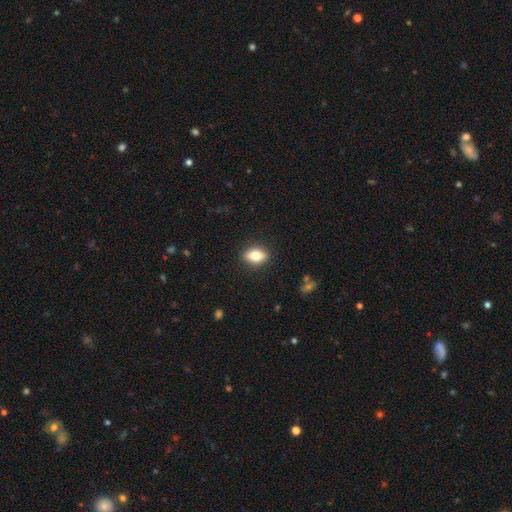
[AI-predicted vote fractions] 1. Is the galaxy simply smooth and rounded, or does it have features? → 78% smooth, 13% featured or disk, 8% star or artifact.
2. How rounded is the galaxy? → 80% in between, 16% round, 4% cigar-shaped.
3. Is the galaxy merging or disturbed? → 88% none, 9% minor disturbance, 2% major disturbance, 1% merger.